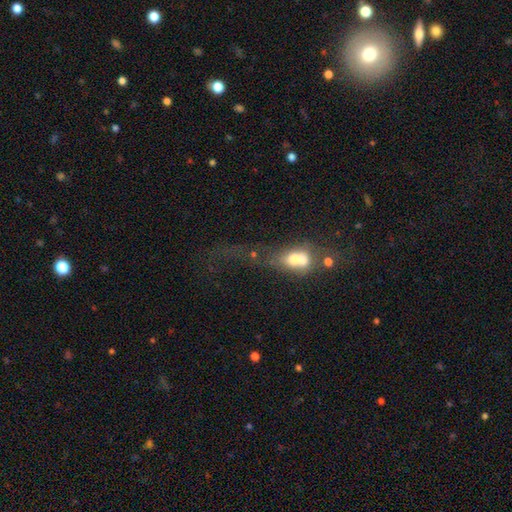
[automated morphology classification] A smooth galaxy with no disk features (49%).

Vote fractions:
- Smooth or featured? smooth: 49% / featured or disk: 31% / star or artifact: 21%
- Merging? major disturbance: 46% / none: 22% / merger: 18% / minor disturbance: 14%